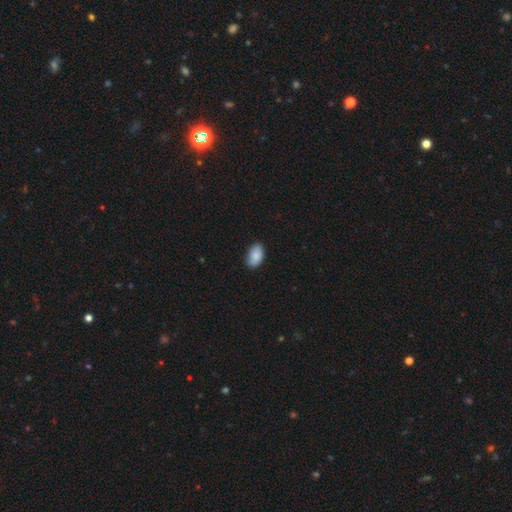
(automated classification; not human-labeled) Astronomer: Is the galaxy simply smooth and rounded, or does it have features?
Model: smooth — 88%.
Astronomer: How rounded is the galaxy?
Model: in between — 92%.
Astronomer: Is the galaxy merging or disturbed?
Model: none — 85%.